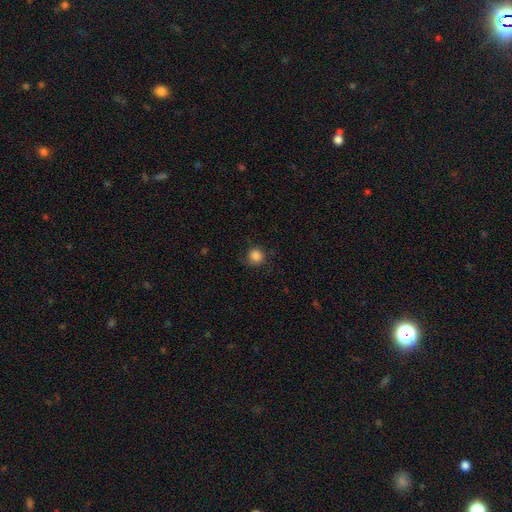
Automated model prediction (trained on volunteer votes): The model was most divided on "merging": none: 80%, minor disturbance: 14%, major disturbance: 4%, merger: 1%. More confident: how rounded — round (91%); smooth or featured — smooth (86%).